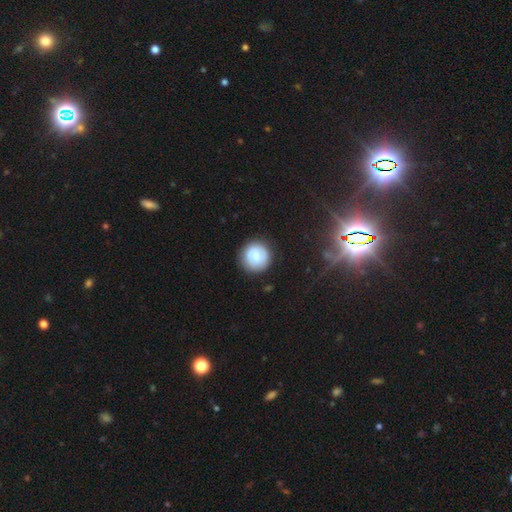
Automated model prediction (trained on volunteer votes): This appears to be a smooth galaxy with no disk features (65%) that is round (93%). Merging: none (86%).